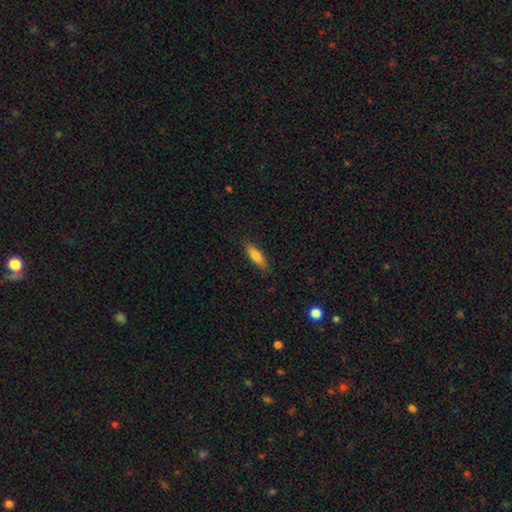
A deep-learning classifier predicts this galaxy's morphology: smooth_or_featured: smooth (p=0.79) [alt: featured or disk p=0.15]
how_rounded: cigar-shaped (p=0.51) [alt: in between p=0.47]
merging: none (p=0.84) [alt: minor disturbance p=0.12]